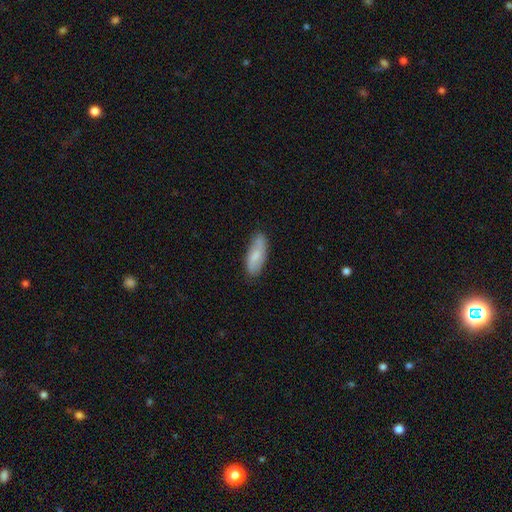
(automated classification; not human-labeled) This appears to be a smooth galaxy with no disk features (74%) that is in between round and cigar-shaped (70%). Merging: none (78%).